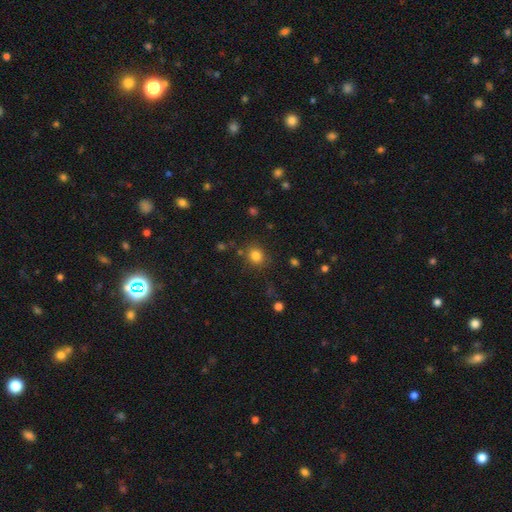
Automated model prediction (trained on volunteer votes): smooth 82%, star or artifact 13%, featured or disk 6%. Down the decision tree: how rounded — round (73%); merging — none (83%).